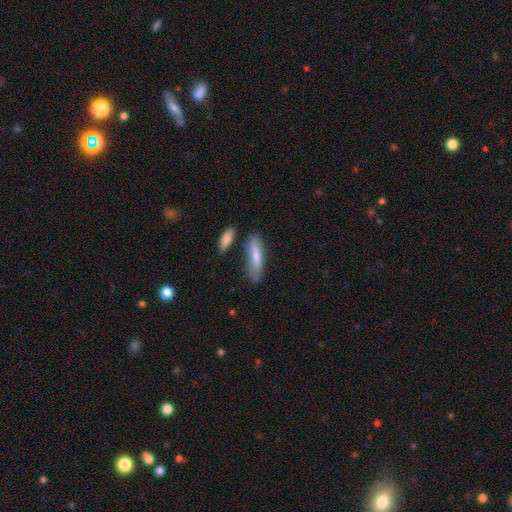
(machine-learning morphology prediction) A smooth galaxy with no disk features (75%) that is cigar-shaped (62%).

Vote fractions:
- Smooth or featured? smooth: 75% / featured or disk: 19% / star or artifact: 6%
- How rounded? cigar-shaped: 62% / in between: 36% / round: 2%
- Merging? none: 66% / minor disturbance: 20% / merger: 8% / major disturbance: 5%